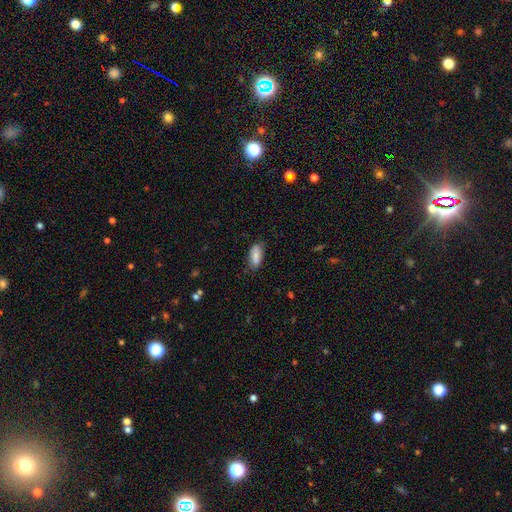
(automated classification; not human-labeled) smooth-or-featured: smooth: 76% | featured or disk: 17% | star or artifact: 7%
  how-rounded: in between: 85% | cigar-shaped: 12% | round: 3%
  merging: none: 72% | minor disturbance: 21% | major disturbance: 4% | merger: 3%